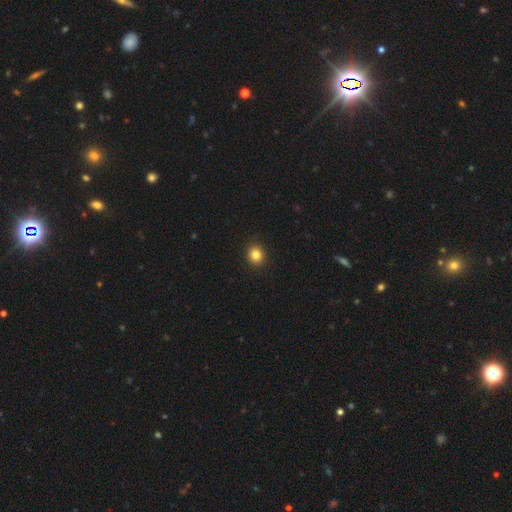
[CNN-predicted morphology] Smooth or featured? smooth (84%)
How rounded? round (83%)
Merging? none (92%)